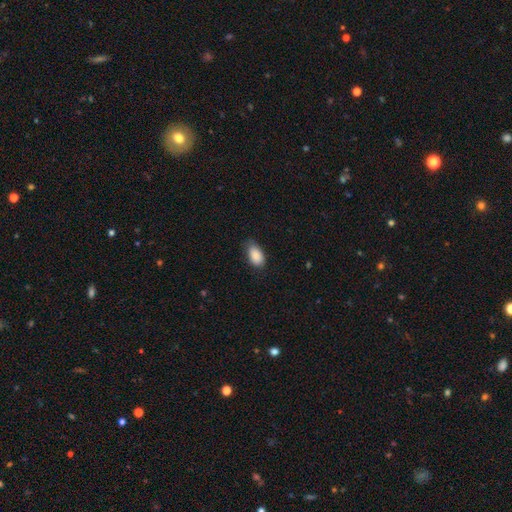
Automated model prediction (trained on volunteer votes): Overall: smooth (88%). How rounded: in between (93%). Merging: none (72%).